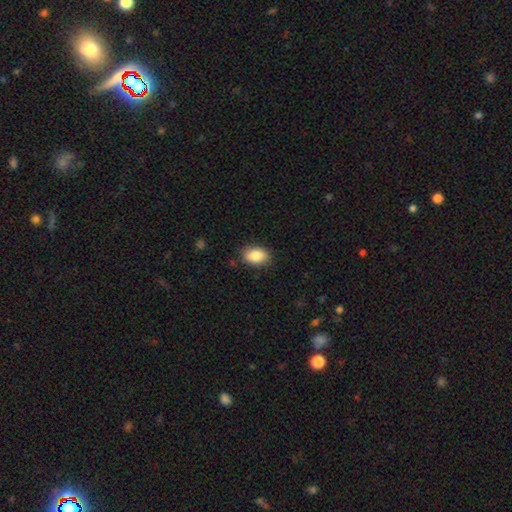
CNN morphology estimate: Smooth or featured?
  - smooth: 86% *
  - star or artifact: 7%
  - featured or disk: 7%
How rounded?
  - in between: 86% *
  - round: 13%
  - cigar-shaped: 1%
Merging?
  - none: 85% *
  - minor disturbance: 11%
  - major disturbance: 3%
  - merger: 1%